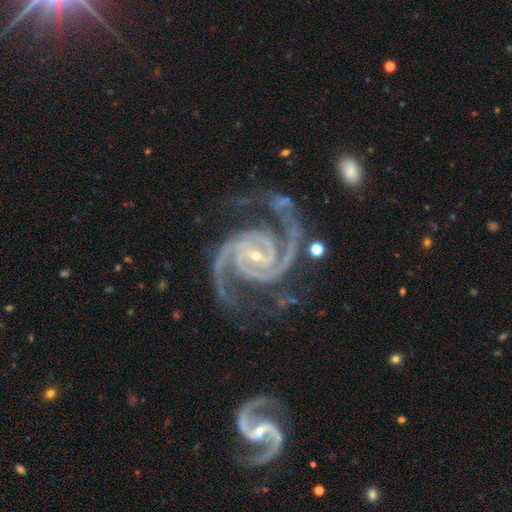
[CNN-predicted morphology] Smooth or featured: featured or disk — 95% (star or artifact — 4%)
Edge-on disk: no — 98% (yes — 2%)
Bar: no — 45% (weak — 32%)
Spiral arms: yes — 99% (no — 1%)
Spiral winding: tight — 47% (tied with medium — 47%)
Spiral arm count: 2 — 77% (3 — 11%)
Bulge size: small — 78% (moderate — 19%)
Merging: none — 64% (minor disturbance — 20%)